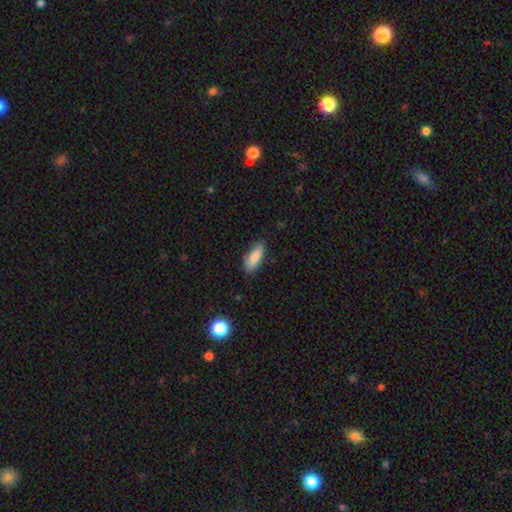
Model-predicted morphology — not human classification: smooth_or_featured: smooth (p=0.85) [alt: featured or disk p=0.08]
how_rounded: in between (p=0.67) [alt: cigar-shaped p=0.31]
merging: none (p=0.79) [alt: minor disturbance p=0.16]